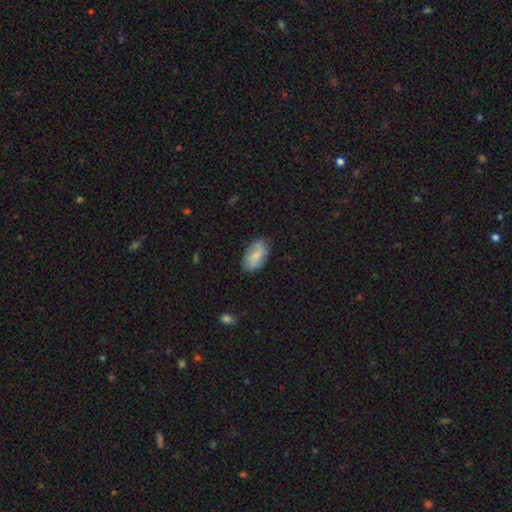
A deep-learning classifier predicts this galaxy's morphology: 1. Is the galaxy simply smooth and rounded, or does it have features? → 70% smooth, 24% featured or disk, 7% star or artifact.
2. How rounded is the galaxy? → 93% in between, 5% round, 3% cigar-shaped.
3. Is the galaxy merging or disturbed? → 78% none, 18% minor disturbance, 4% major disturbance, 1% merger.